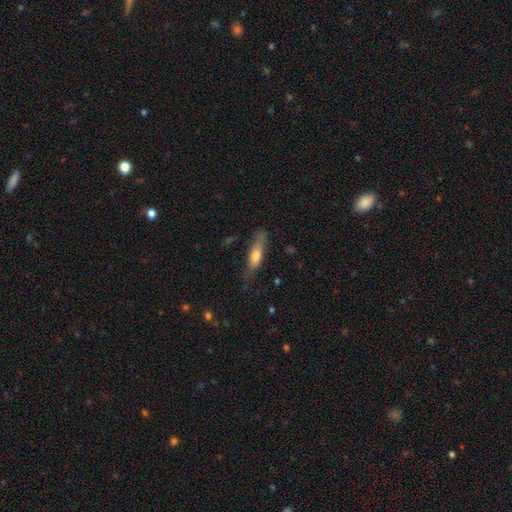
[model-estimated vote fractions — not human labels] Q: Smooth or featured?
A: smooth (62%); runner-up: featured or disk (31%)
Q: How rounded?
A: cigar-shaped (64%); runner-up: in between (33%)
Q: Merging?
A: none (62%); runner-up: minor disturbance (26%)